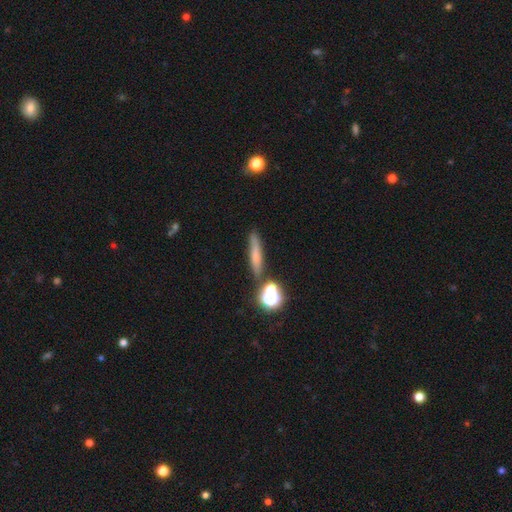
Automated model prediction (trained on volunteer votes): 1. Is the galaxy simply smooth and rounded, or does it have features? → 57% smooth, 26% featured or disk, 17% star or artifact.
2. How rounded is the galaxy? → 77% cigar-shaped, 12% round, 11% in between.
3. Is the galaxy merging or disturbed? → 75% none, 12% minor disturbance, 9% merger, 4% major disturbance.